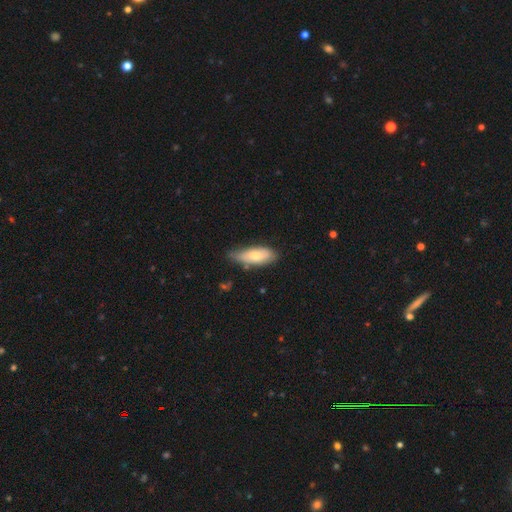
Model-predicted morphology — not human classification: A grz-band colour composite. It shows a smooth galaxy with no disk features (69%) that is in between round and cigar-shaped (77%). Merging: none (57%).